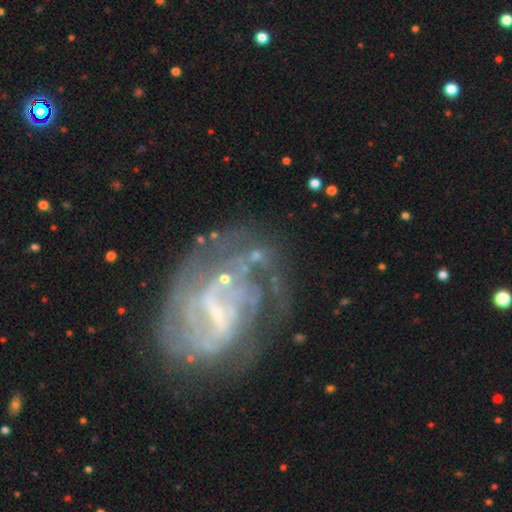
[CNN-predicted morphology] smooth_or_featured: featured or disk (p=0.71) [alt: star or artifact p=0.15]
disk_edge_on: no (p=0.97) [alt: yes p=0.03]
bar: no (p=0.42) [alt: weak p=0.32]
has_spiral_arms: yes (p=0.70) [alt: no p=0.30]
bulge_size: small (p=0.46) [alt: none p=0.30]
merging: none (p=0.53) [alt: major disturbance p=0.22]